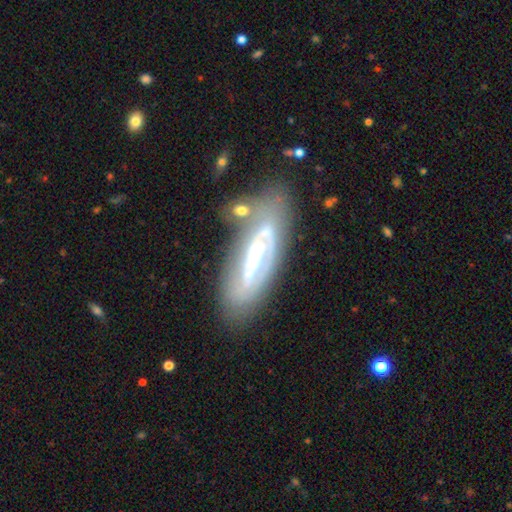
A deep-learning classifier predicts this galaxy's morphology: Smooth or featured? featured or disk (73%)
Edge-on disk? no (79%)
Bar? strong (45%)
Spiral arms? yes (63%)
Bulge size? small (39%)
Merging? none (65%)